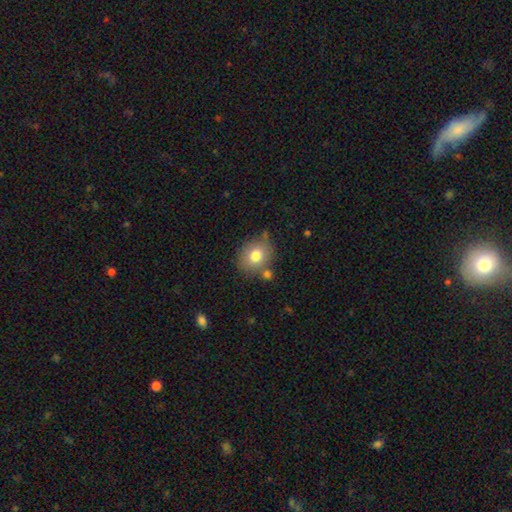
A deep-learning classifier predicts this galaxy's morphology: This is likely a smooth galaxy (77%). How rounded: likely round (68%). Merging: likely none (70%).